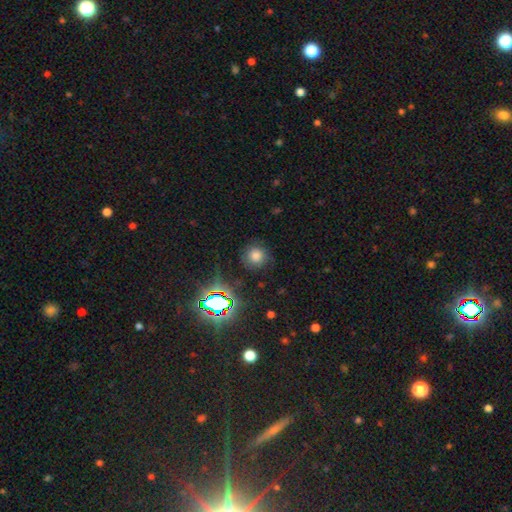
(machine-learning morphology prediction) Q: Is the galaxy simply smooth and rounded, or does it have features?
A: smooth — 69%.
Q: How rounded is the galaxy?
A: round — 91%.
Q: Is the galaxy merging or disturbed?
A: none — 80%.